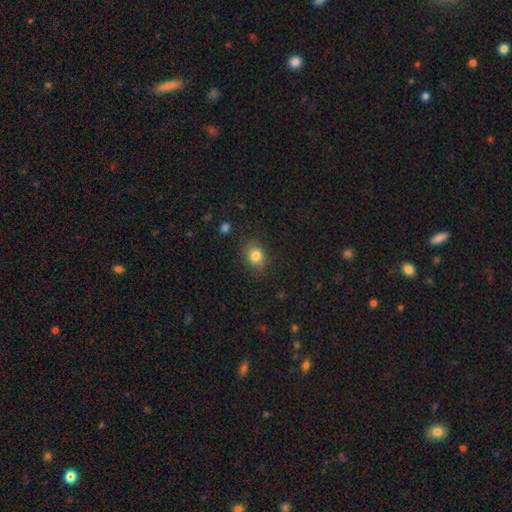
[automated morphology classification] A smooth galaxy with no disk features (83%) that is round (59%).

Vote fractions:
- Smooth or featured? smooth: 83% / star or artifact: 11% / featured or disk: 7%
- How rounded? round: 59% / in between: 40% / cigar-shaped: 1%
- Merging? none: 77% / minor disturbance: 16% / major disturbance: 5% / merger: 2%